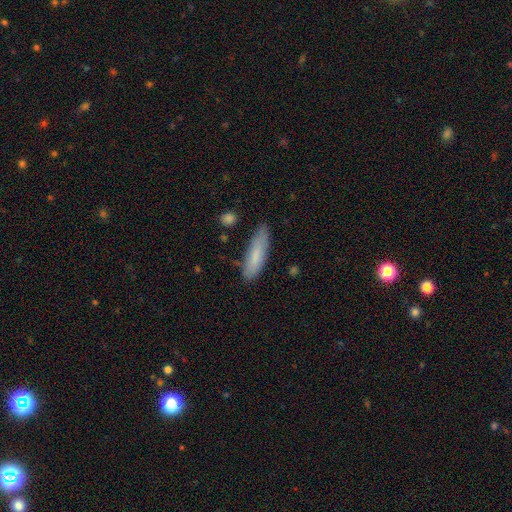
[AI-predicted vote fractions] smooth 80%, featured or disk 14%, star or artifact 6%. Down the decision tree: how rounded — cigar-shaped (66%); merging — none (79%).